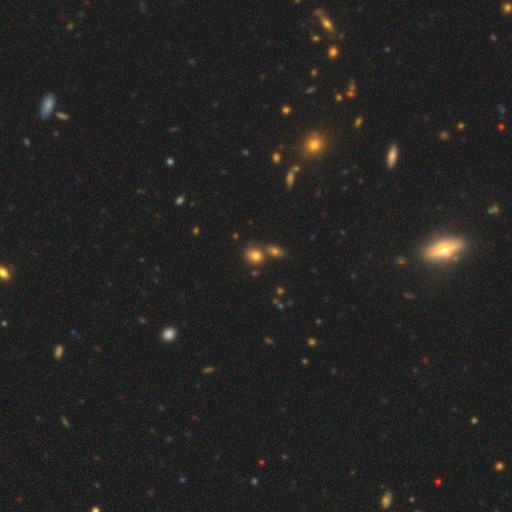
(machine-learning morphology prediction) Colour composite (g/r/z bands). It shows a smooth galaxy with no disk features (75%) that is round (52%). Merging: none (49%).